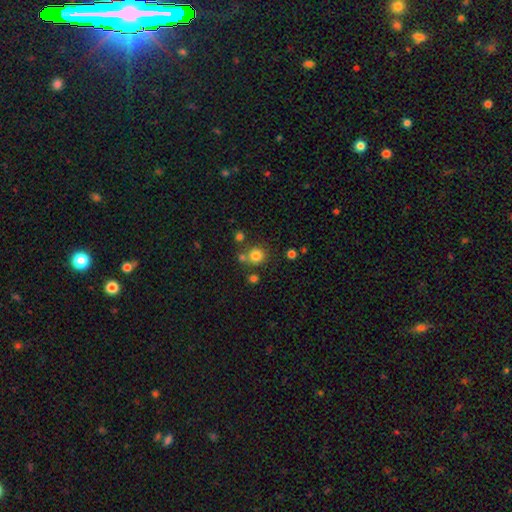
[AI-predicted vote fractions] smooth_or_featured: smooth (p=0.79) [alt: star or artifact p=0.14]
how_rounded: round (p=0.89) [alt: in between p=0.10]
merging: none (p=0.70) [alt: merger p=0.16]